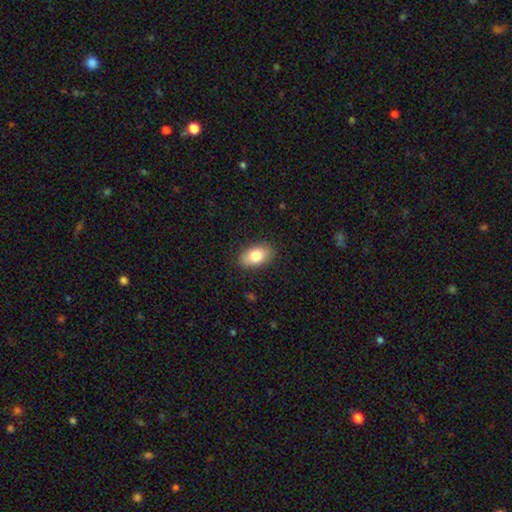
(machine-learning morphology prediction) type=smooth (80%); roundness=in between (91%); merging=none (87%).